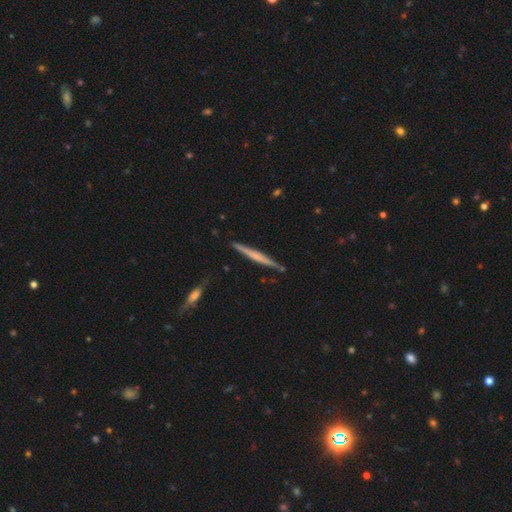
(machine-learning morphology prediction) This appears to be a featured or disk galaxy (57%) viewed edge-on (98%) with no central bulge (58%). Merging: none (87%).